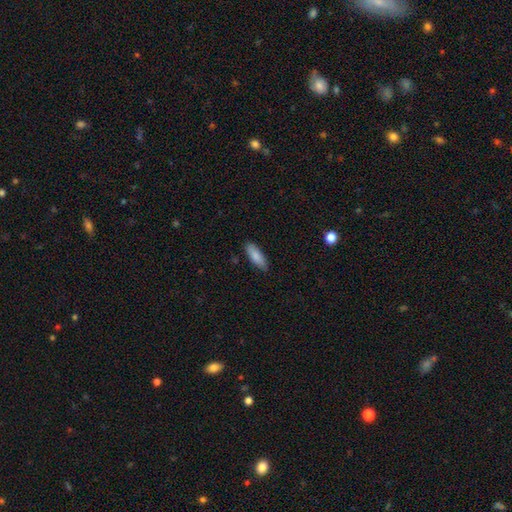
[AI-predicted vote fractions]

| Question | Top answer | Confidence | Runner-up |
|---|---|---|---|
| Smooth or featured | smooth | 86% | featured or disk (8%) |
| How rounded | in between | 62% | cigar-shaped (36%) |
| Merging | none | 84% | minor disturbance (12%) |